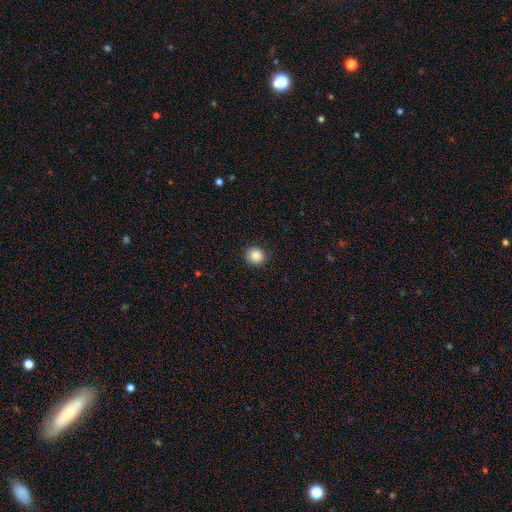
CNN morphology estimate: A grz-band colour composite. It shows a smooth galaxy with no disk features (86%) that is round (89%). Merging: none (91%).